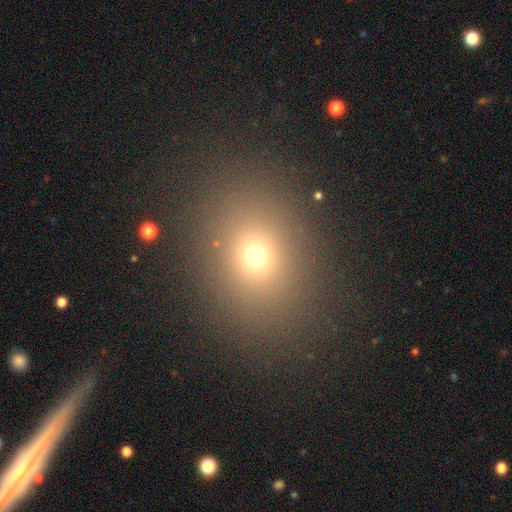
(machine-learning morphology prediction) This is likely a smooth galaxy (69%). How rounded: possibly round (52%). Merging: clearly none (86%).